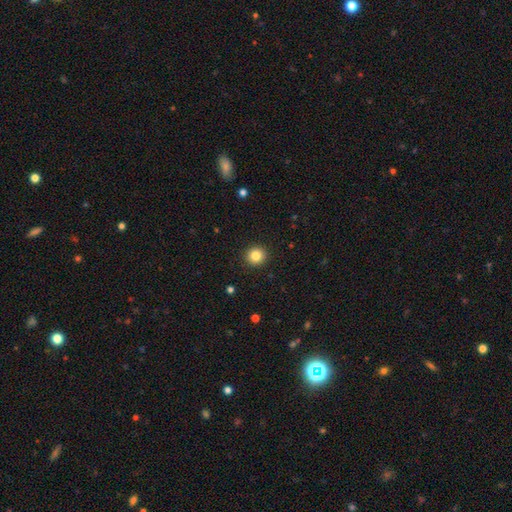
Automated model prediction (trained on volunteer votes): A smooth galaxy with no disk features (84%) that is round (93%). Merging: none (92%).